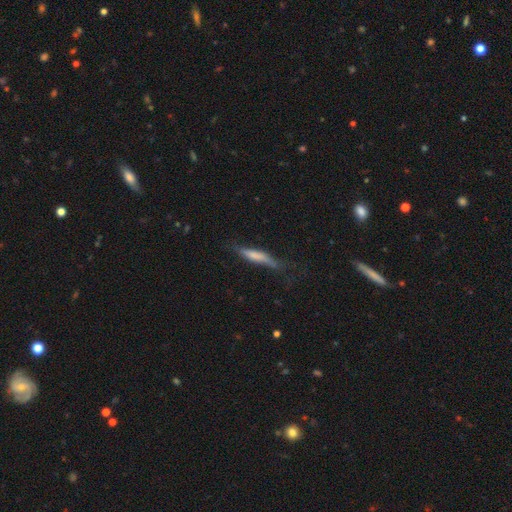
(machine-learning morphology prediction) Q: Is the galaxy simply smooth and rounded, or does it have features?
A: smooth — 58%.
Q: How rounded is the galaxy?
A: cigar-shaped — 86%.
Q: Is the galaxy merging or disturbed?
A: none — 54%.